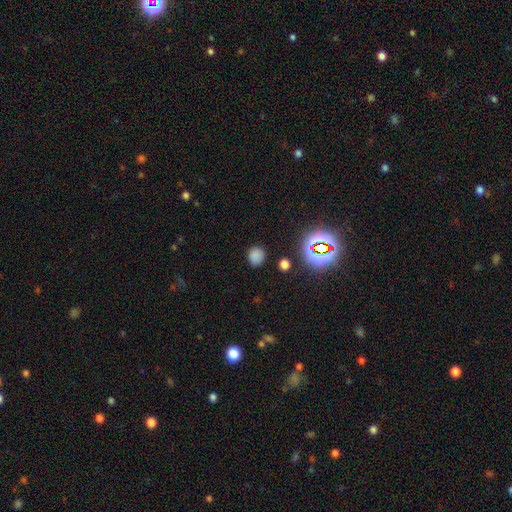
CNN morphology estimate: smooth-or-featured: smooth: 74% | star or artifact: 20% | featured or disk: 5%
  how-rounded: round: 77% | in between: 22% | cigar-shaped: 1%
  merging: none: 84% | minor disturbance: 10% | major disturbance: 3% | merger: 2%